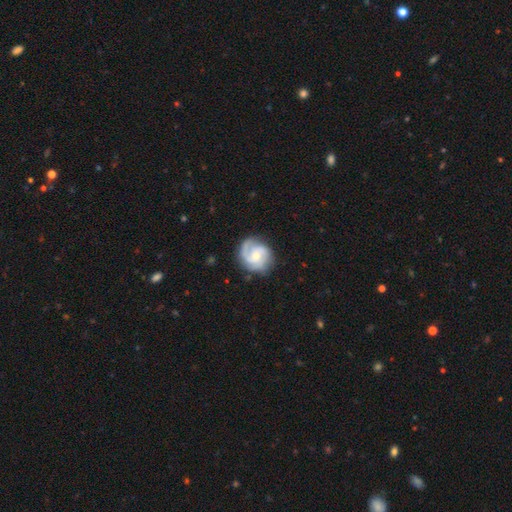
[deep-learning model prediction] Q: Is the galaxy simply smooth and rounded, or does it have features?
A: featured or disk — 82%.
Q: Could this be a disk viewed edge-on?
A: no — 98%.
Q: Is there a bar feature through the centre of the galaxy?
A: no — 59%.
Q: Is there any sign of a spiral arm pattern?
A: yes — 96%.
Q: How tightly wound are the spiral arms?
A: medium — 46%.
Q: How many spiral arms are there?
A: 2 — 48%.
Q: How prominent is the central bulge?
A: small — 52%.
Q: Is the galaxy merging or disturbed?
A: none — 75%.